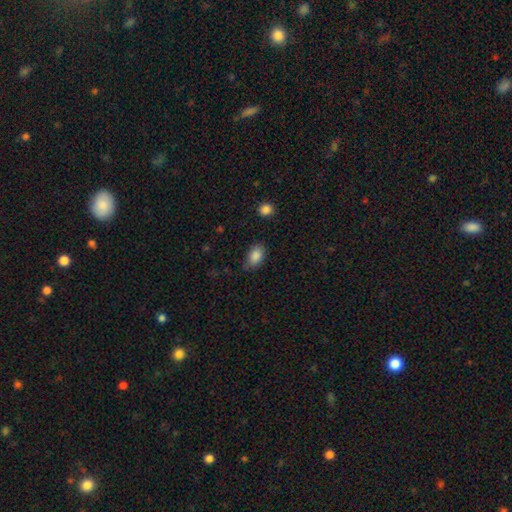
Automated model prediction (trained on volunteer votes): Smooth or featured: smooth — 87% (star or artifact — 8%)
How rounded: in between — 87% (round — 12%)
Merging: none — 70% (minor disturbance — 24%)